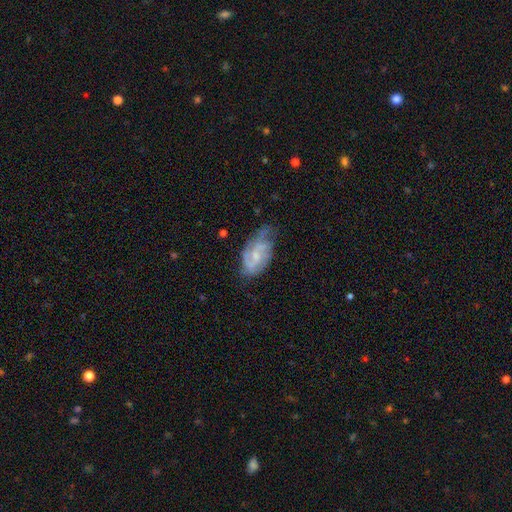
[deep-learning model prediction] Smooth or featured? Predicted: featured or disk (p=0.74). Edge-on disk? Predicted: no (p=0.96). Bar? Predicted: no (p=0.47). Spiral arms? Predicted: yes (p=0.89). Spiral winding? Predicted: medium (p=0.45). Spiral arm count? Predicted: 2 (p=0.49). Bulge size? Predicted: small (p=0.54). Merging? Predicted: none (p=0.49).